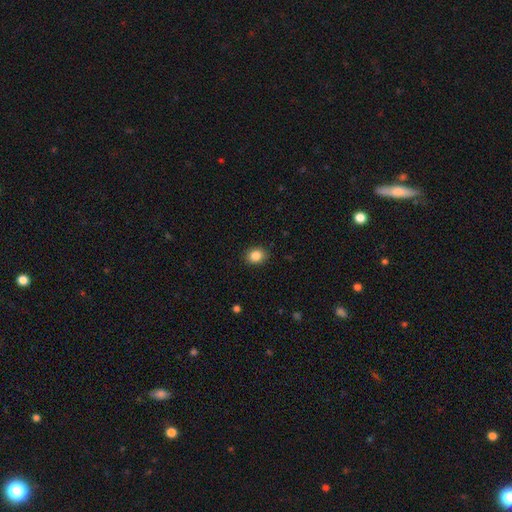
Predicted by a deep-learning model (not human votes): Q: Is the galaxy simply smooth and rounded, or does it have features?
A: smooth — 86%.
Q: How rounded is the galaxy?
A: round — 57%.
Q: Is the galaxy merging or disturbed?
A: none — 89%.